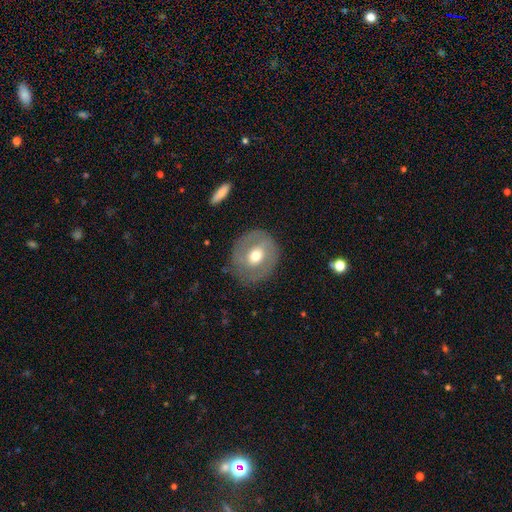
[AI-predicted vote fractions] Smooth or featured?
  - featured or disk: 50% *
  - smooth: 43%
  - star or artifact: 7%
Merging?
  - none: 77% *
  - minor disturbance: 15%
  - major disturbance: 7%
  - merger: 2%